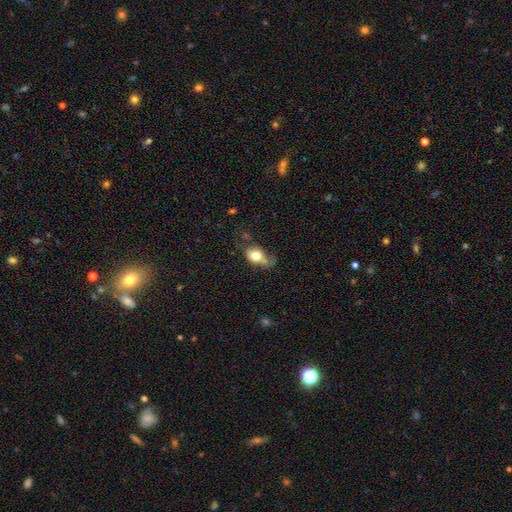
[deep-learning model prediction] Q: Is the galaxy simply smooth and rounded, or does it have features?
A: smooth — 75%.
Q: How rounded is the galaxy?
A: in between — 63%.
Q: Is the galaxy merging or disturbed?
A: none — 34%.